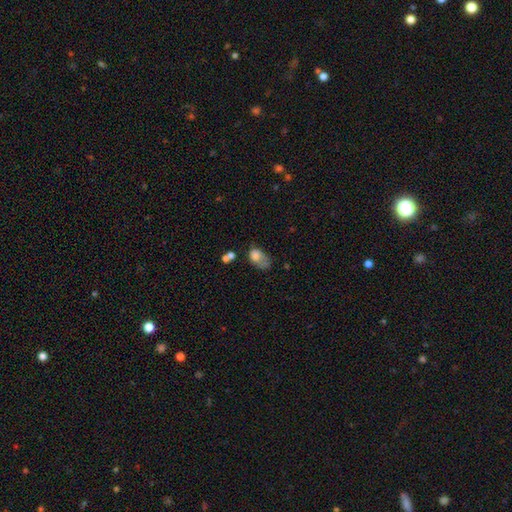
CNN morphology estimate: Smooth or featured: smooth — 71% (featured or disk — 19%)
How rounded: in between — 84% (round — 14%)
Merging: major disturbance — 37% (minor disturbance — 30%)